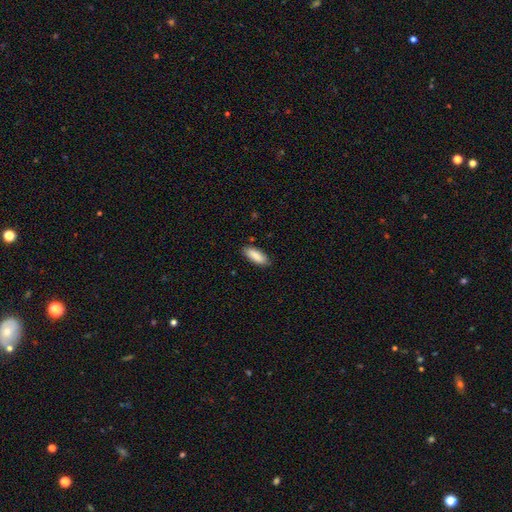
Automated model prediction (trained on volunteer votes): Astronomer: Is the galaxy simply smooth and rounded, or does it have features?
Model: smooth — 89%.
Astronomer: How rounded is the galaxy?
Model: in between — 71%.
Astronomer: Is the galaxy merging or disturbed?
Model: none — 86%.